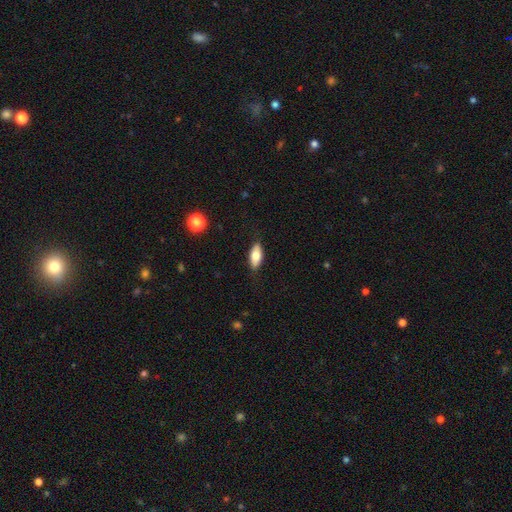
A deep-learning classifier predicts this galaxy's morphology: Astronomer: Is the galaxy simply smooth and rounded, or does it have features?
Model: smooth — 72%.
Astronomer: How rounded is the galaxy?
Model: in between — 81%.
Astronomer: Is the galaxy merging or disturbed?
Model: none — 85%.